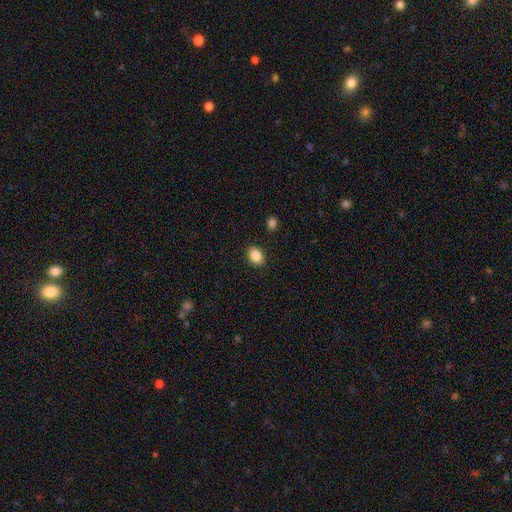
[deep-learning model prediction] smooth 86%, star or artifact 9%, featured or disk 5%. Down the decision tree: how rounded — in between (68%); merging — none (88%).